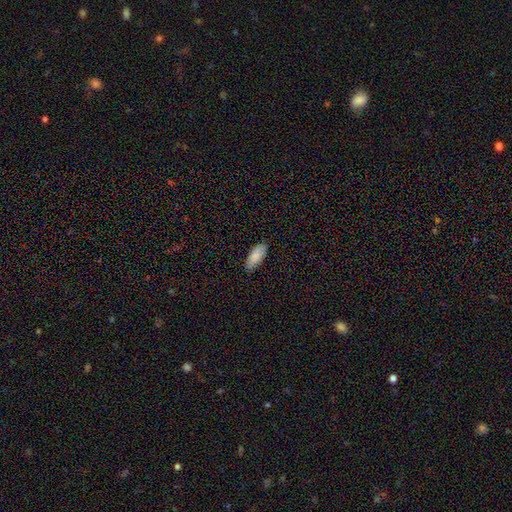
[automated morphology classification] The model was most divided on "merging": none: 83%, minor disturbance: 14%, major disturbance: 2%, merger: 1%. More confident: smooth or featured — smooth (88%); how rounded — in between (84%).